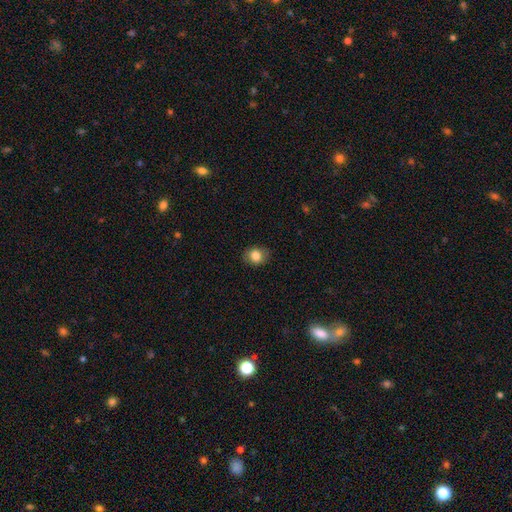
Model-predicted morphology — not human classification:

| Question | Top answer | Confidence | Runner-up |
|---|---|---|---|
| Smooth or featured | smooth | 82% | featured or disk (9%) |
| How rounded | round | 56% | in between (43%) |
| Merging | none | 83% | minor disturbance (13%) |